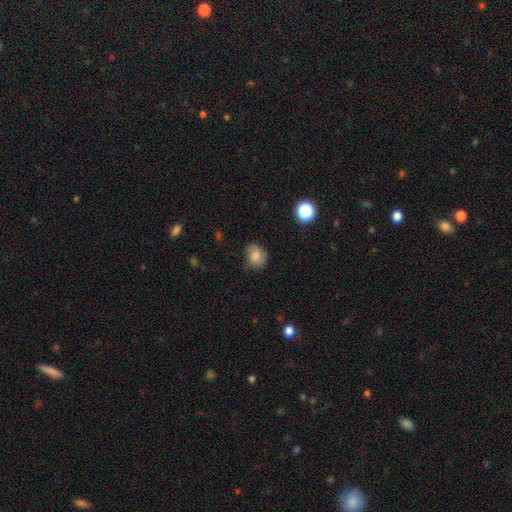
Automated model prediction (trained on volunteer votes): Smooth or featured?
  - smooth: 74% *
  - featured or disk: 15%
  - star or artifact: 10%
How rounded?
  - round: 57% *
  - in between: 43%
  - cigar-shaped: 1%
Merging?
  - none: 69% *
  - minor disturbance: 22%
  - major disturbance: 7%
  - merger: 1%